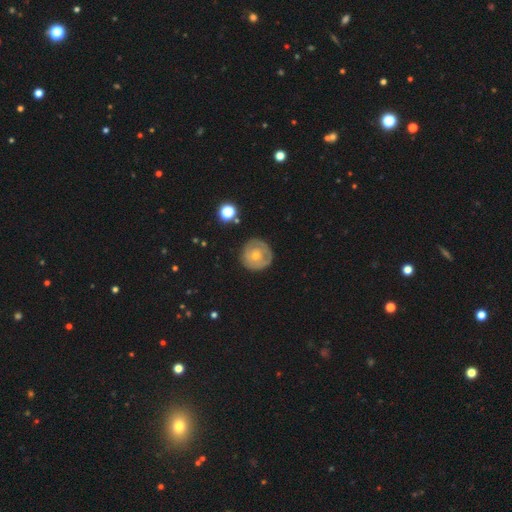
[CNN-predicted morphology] Smooth or featured? Predicted: featured or disk (p=0.57). Edge-on disk? Predicted: no (p=0.97). Bar? Predicted: no (p=0.83). Spiral arms? Predicted: yes (p=0.56). Bulge size? Predicted: small (p=0.60). Merging? Predicted: none (p=0.76).